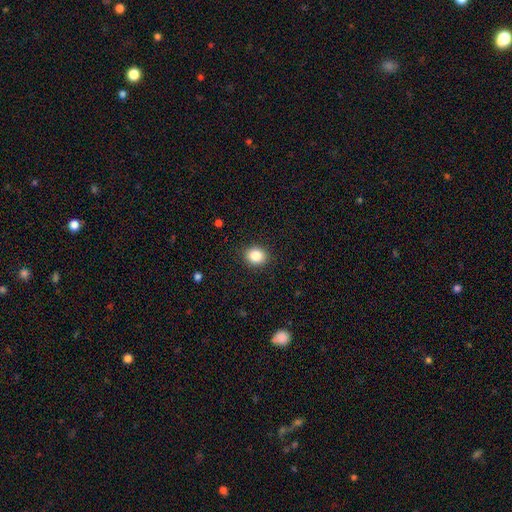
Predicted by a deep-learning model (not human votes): smooth-or-featured: smooth: 85% | star or artifact: 10% | featured or disk: 5%
  how-rounded: round: 71% | in between: 28% | cigar-shaped: 1%
  merging: none: 90% | minor disturbance: 7% | major disturbance: 2% | merger: 1%